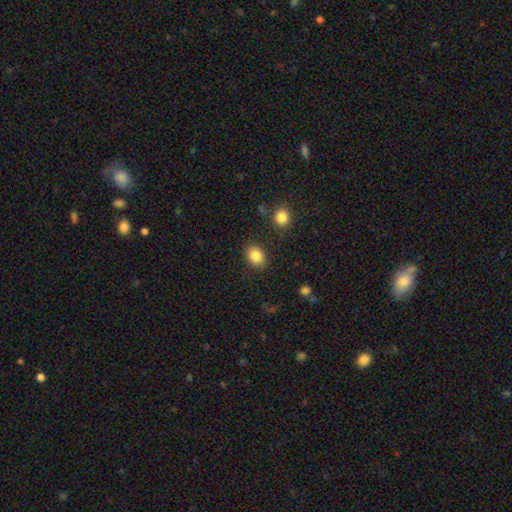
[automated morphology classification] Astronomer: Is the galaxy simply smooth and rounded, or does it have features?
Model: smooth — 86%.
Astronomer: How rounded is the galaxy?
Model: in between — 67%.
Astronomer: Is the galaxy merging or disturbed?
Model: none — 85%.